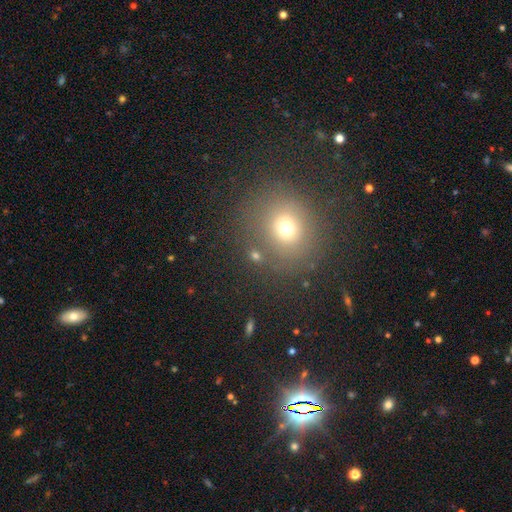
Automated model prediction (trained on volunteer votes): A smooth galaxy with no disk features (64%) that is round (87%).

Vote fractions:
- Smooth or featured? smooth: 64% / star or artifact: 24% / featured or disk: 12%
- How rounded? round: 87% / in between: 12% / cigar-shaped: 1%
- Merging? none: 78% / minor disturbance: 10% / major disturbance: 6% / merger: 5%